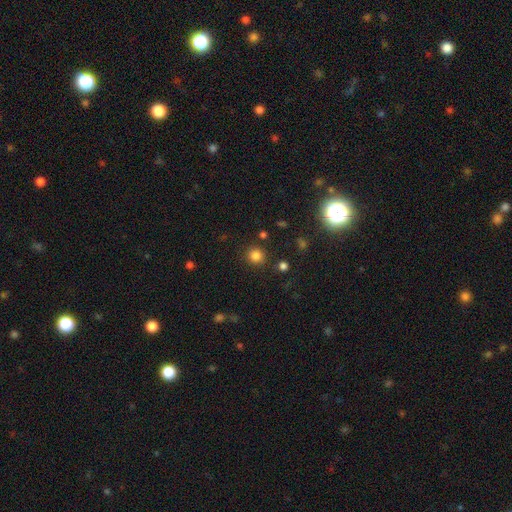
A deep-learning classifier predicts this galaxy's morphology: A smooth galaxy with no disk features (80%) that is round (93%).

Vote fractions:
- Smooth or featured? smooth: 80% / star or artifact: 15% / featured or disk: 4%
- How rounded? round: 93% / in between: 6% / cigar-shaped: 1%
- Merging? none: 87% / minor disturbance: 7% / merger: 3% / major disturbance: 3%